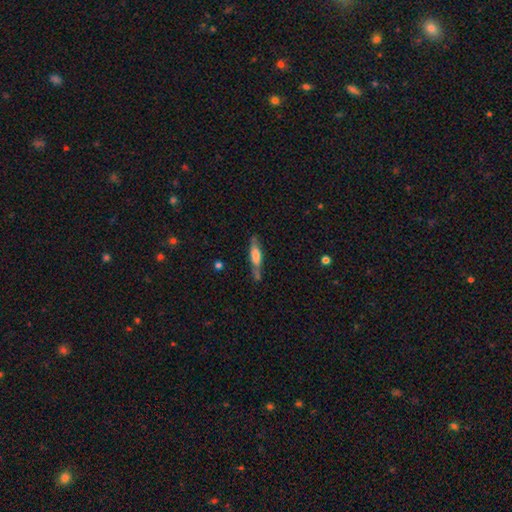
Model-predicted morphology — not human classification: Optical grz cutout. It shows a smooth galaxy with no disk features (51%) that is cigar-shaped (74%). Merging: none (66%).